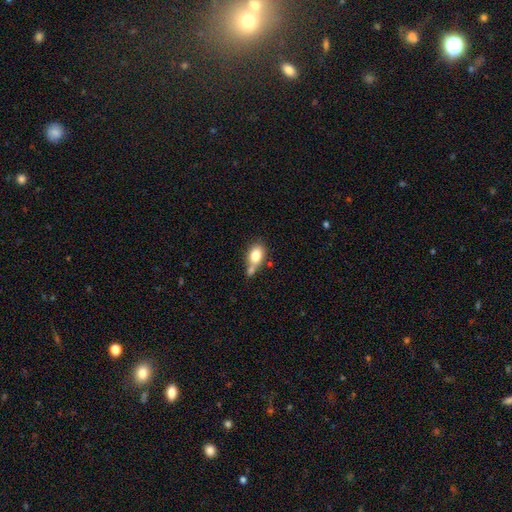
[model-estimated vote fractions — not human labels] smooth_or_featured: smooth (p=0.78) [alt: featured or disk p=0.13]
how_rounded: in between (p=0.78) [alt: round p=0.20]
merging: none (p=0.39) [alt: merger p=0.35]